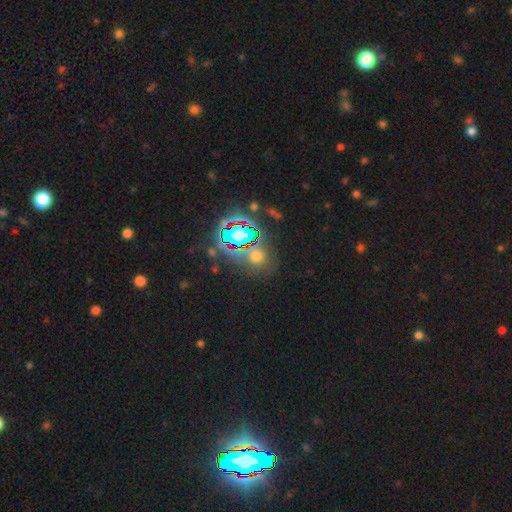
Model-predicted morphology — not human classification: Smooth or featured? Predicted: star or artifact (p=0.52).